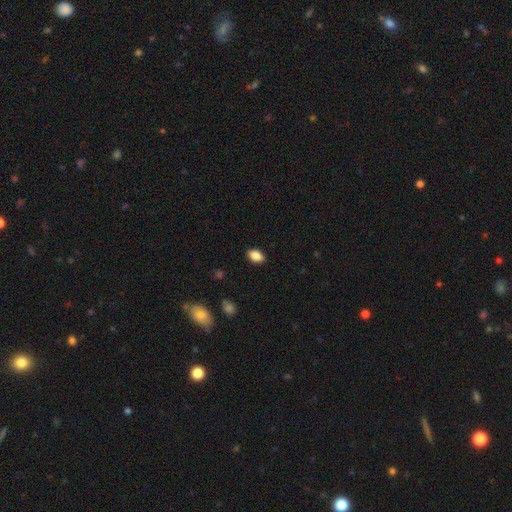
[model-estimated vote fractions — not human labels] Q: Smooth or featured?
A: smooth (87%); runner-up: star or artifact (8%)
Q: How rounded?
A: in between (89%); runner-up: round (9%)
Q: Merging?
A: none (88%); runner-up: minor disturbance (9%)